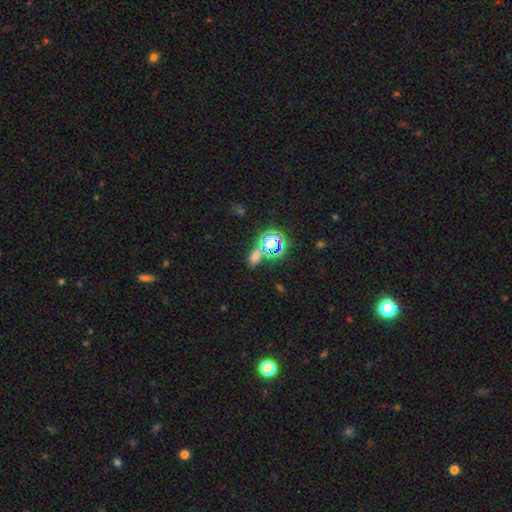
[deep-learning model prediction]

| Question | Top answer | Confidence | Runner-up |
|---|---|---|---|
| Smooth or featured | smooth | 55% | star or artifact (38%) |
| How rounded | in between | 71% | round (24%) |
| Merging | none | 64% | merger (21%) |